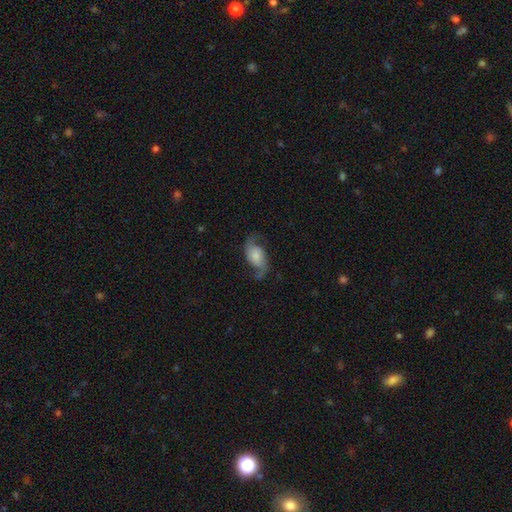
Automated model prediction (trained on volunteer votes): Overall: featured or disk (74%). Edge-on disk: no (96%). Bar: no (64%; weak 27%). Spiral arms: yes (95%). Spiral arm count: 2 (93%). Spiral winding: loose (70%). Bulge size: small (32%; moderate 25%). Merging: none (68%).